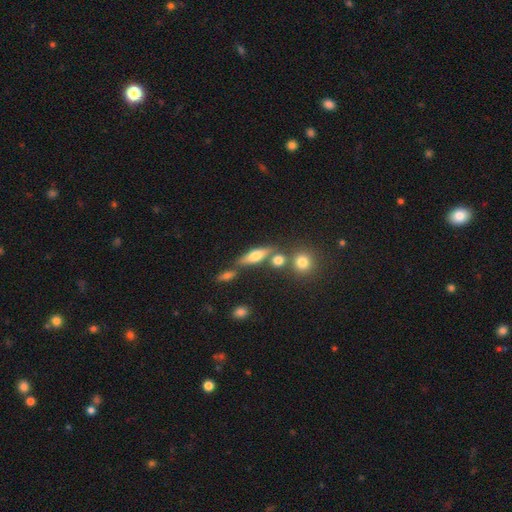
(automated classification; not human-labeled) A smooth galaxy with no disk features (52%) that is in between round and cigar-shaped (46%).

Vote fractions:
- Smooth or featured? smooth: 52% / featured or disk: 38% / star or artifact: 10%
- How rounded? in between: 46% / cigar-shaped: 45% / round: 9%
- Merging? none: 63% / merger: 19% / minor disturbance: 12% / major disturbance: 5%